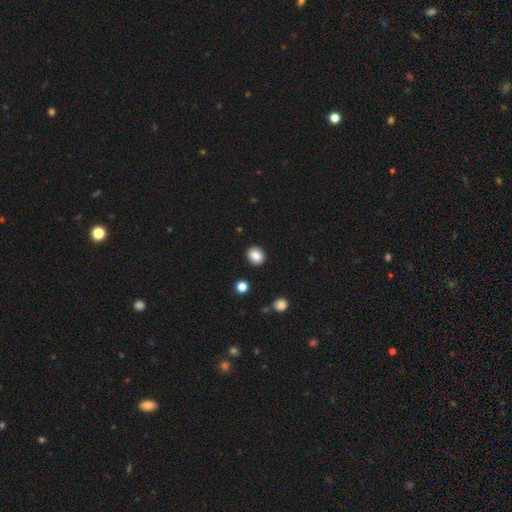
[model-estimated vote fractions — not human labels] smooth 85%, star or artifact 10%, featured or disk 5%. Down the decision tree: how rounded — round (72%); merging — none (91%).